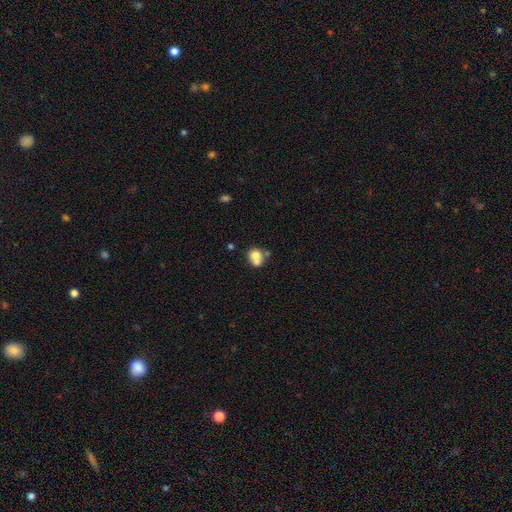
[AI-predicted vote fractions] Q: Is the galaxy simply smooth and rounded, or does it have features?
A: smooth — 73%.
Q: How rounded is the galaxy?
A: round — 64%.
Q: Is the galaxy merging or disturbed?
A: merger — 44%.